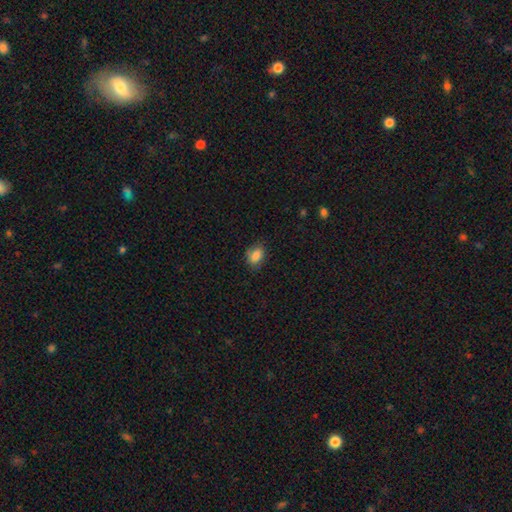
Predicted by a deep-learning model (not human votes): Morphology: type=smooth (84%); roundness=in between (74%); merging=none (75%).